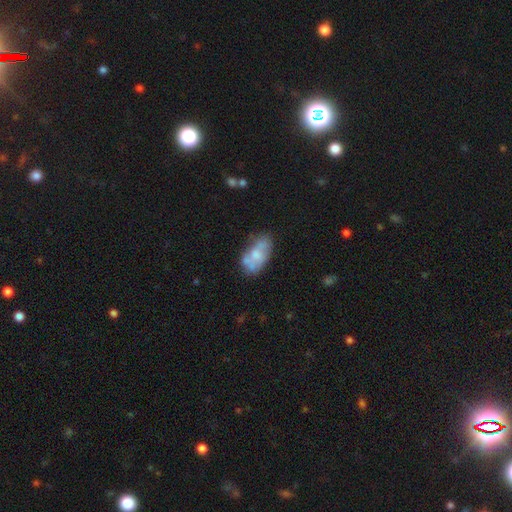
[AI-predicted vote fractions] This is possibly a smooth galaxy (51%). How rounded: clearly in between (92%). Merging: possibly none (46%).